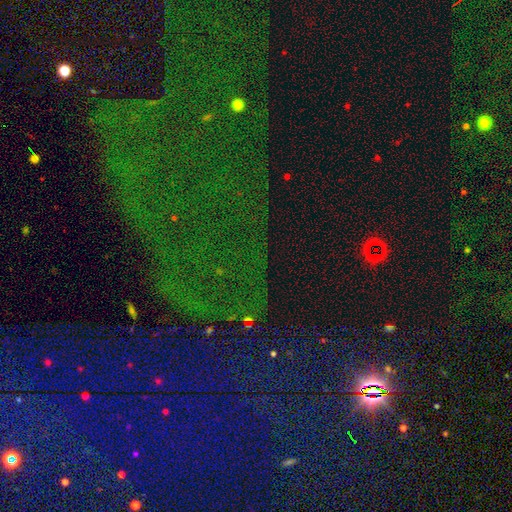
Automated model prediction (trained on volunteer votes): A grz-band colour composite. It shows a star or artifact, not a galaxy (79%).